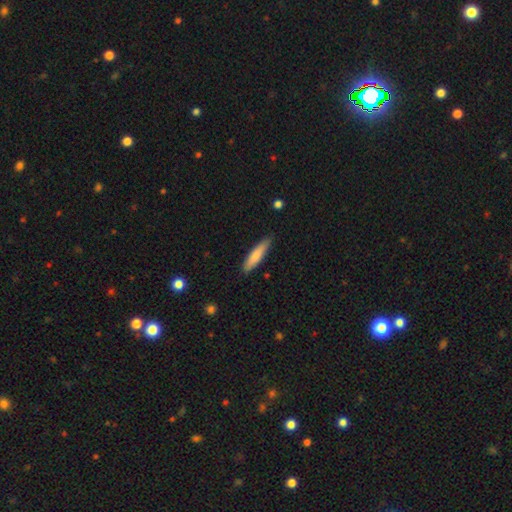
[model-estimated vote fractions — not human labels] Smooth or featured?
  - smooth: 79% *
  - featured or disk: 15%
  - star or artifact: 6%
How rounded?
  - cigar-shaped: 79% *
  - in between: 20%
  - round: 1%
Merging?
  - none: 83% *
  - minor disturbance: 14%
  - major disturbance: 2%
  - merger: 1%